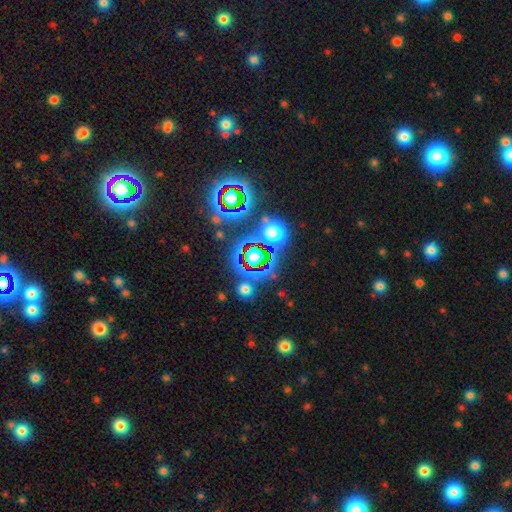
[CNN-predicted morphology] A star or artifact, not a galaxy (73%).